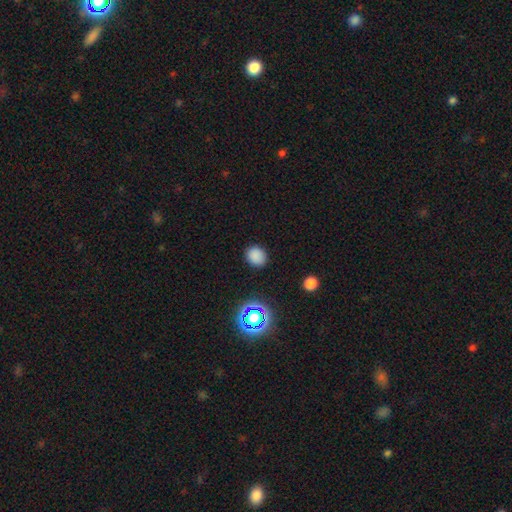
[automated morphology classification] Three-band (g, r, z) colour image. It shows a smooth galaxy with no disk features (82%) that is round (61%). Merging: none (87%).